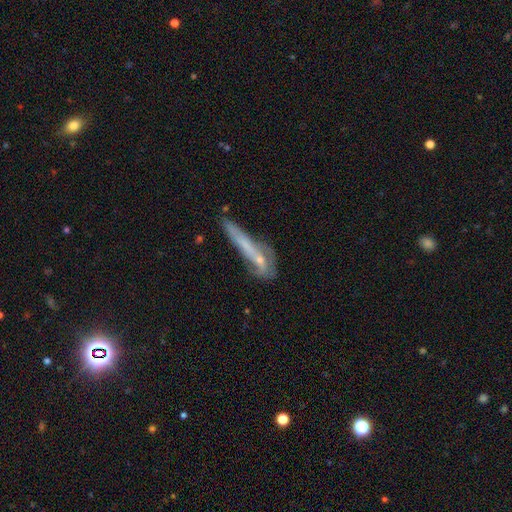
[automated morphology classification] smooth_or_featured: featured or disk (p=0.46) [alt: smooth p=0.44]
merging: none (p=0.37) [alt: major disturbance p=0.21]